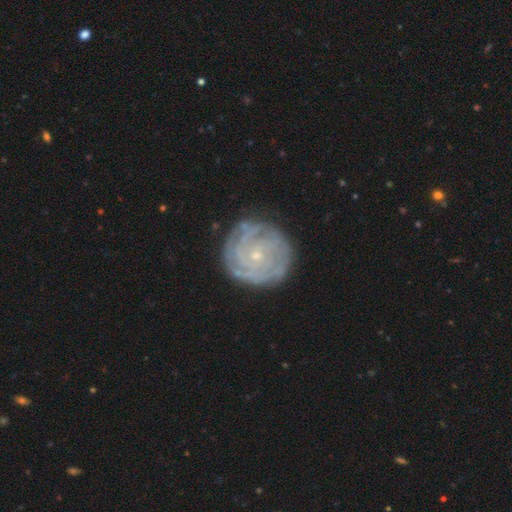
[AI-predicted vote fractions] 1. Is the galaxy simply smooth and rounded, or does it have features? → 78% featured or disk, 14% smooth, 7% star or artifact.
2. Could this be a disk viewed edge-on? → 97% no, 3% yes.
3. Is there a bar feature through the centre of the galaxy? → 79% no, 17% weak, 4% strong.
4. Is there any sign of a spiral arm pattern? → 92% yes, 8% no.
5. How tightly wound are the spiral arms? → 80% tight, 16% medium, 4% loose.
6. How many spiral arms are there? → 39% can't tell, 18% 4, 15% 3, 12% 2, 10% more than 4, 7% 1.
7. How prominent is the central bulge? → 83% small, 13% moderate, 2% none, 1% large, 1% dominant.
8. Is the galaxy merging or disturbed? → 80% none, 14% minor disturbance, 5% major disturbance, 1% merger.